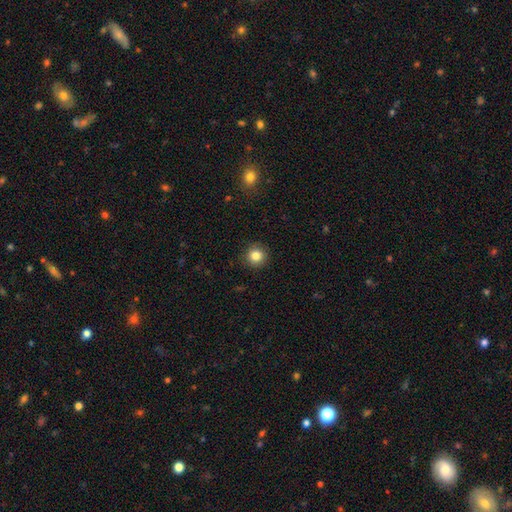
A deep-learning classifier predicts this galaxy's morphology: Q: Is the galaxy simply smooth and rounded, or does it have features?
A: smooth — 84%.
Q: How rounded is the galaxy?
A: round — 94%.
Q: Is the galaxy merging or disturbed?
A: none — 91%.